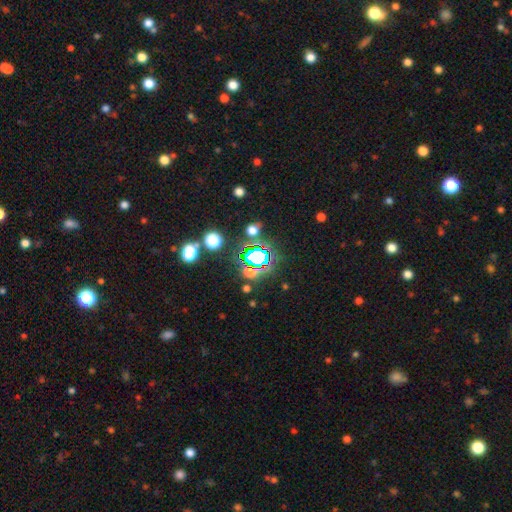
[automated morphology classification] Smooth or featured?
  - star or artifact: 64% *
  - smooth: 26%
  - featured or disk: 11%